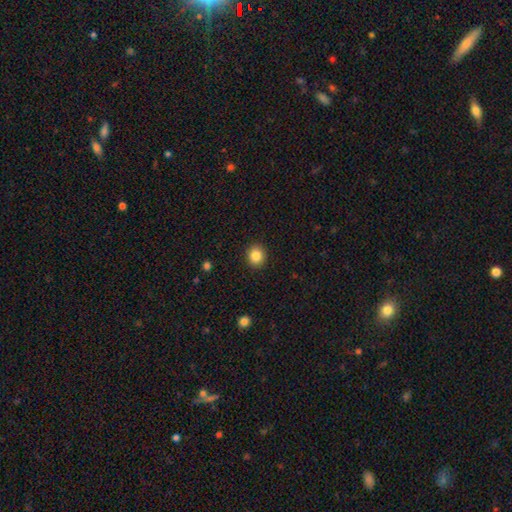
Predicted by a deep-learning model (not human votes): Smooth or featured? Predicted: smooth (p=0.86). How rounded? Predicted: round (p=0.81). Merging? Predicted: none (p=0.91).